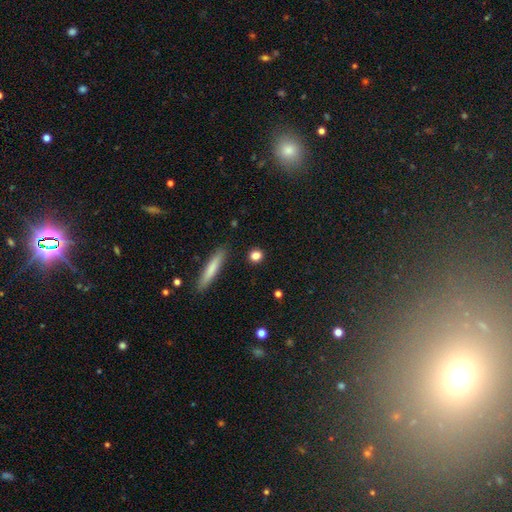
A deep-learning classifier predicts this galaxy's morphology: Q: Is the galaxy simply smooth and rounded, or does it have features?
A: smooth — 83%.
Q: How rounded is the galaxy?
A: round — 73%.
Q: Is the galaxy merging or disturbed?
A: none — 89%.